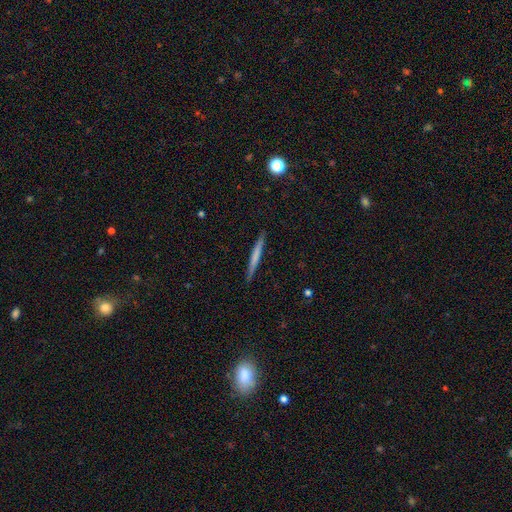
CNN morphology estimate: Smooth or featured?
  - smooth: 55% *
  - featured or disk: 39%
  - star or artifact: 6%
How rounded?
  - cigar-shaped: 97% *
  - in between: 2%
  - round: 1%
Merging?
  - none: 90% *
  - minor disturbance: 7%
  - major disturbance: 1%
  - merger: 1%